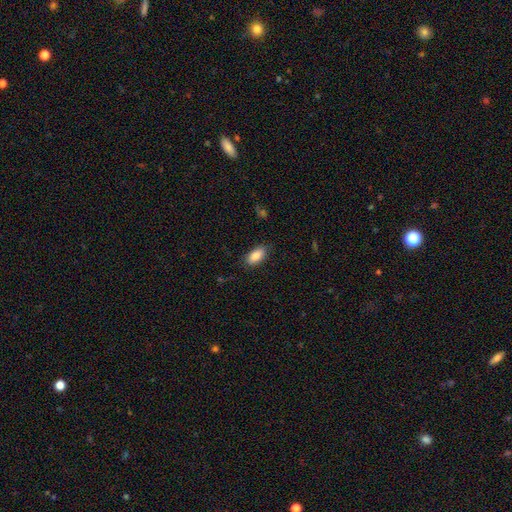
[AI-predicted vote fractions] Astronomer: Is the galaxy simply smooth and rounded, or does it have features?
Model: smooth — 87%.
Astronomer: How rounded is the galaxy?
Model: in between — 90%.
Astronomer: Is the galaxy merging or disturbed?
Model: none — 84%.